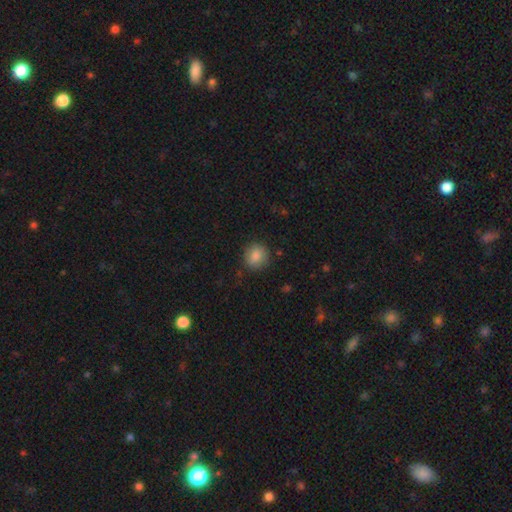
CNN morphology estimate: smooth_or_featured: smooth (p=0.85) [alt: star or artifact p=0.08]
how_rounded: round (p=0.80) [alt: in between p=0.19]
merging: none (p=0.83) [alt: minor disturbance p=0.12]